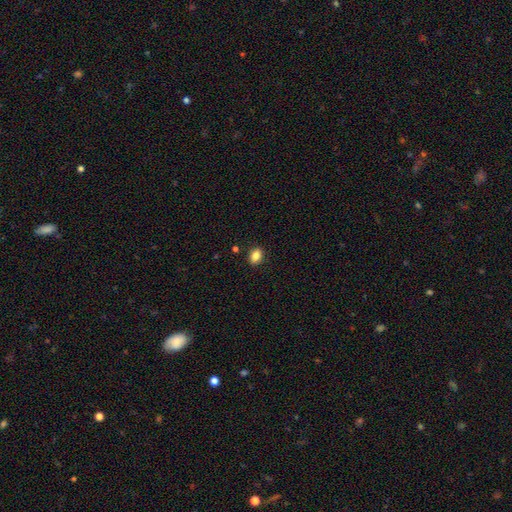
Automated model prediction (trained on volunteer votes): Smooth or featured?
  - smooth: 85% *
  - star or artifact: 10%
  - featured or disk: 5%
How rounded?
  - in between: 73% *
  - round: 26%
  - cigar-shaped: 1%
Merging?
  - none: 88% *
  - minor disturbance: 8%
  - major disturbance: 2%
  - merger: 2%